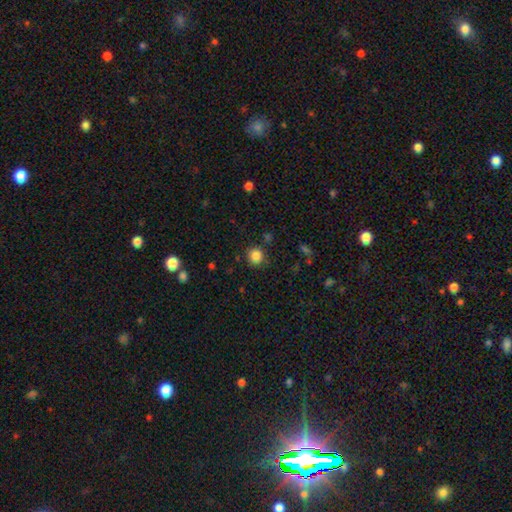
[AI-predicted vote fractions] smooth_or_featured: smooth (p=0.85) [alt: star or artifact p=0.11]
how_rounded: round (p=0.91) [alt: in between p=0.09]
merging: none (p=0.87) [alt: minor disturbance p=0.08]